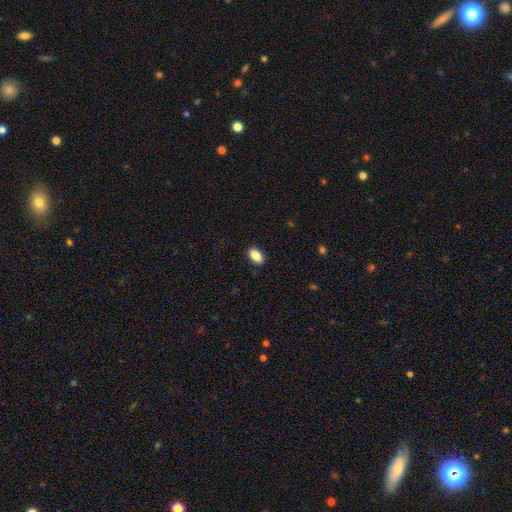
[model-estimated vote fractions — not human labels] Q: Smooth or featured?
A: smooth (87%); runner-up: star or artifact (8%)
Q: How rounded?
A: in between (92%); runner-up: round (6%)
Q: Merging?
A: none (89%); runner-up: minor disturbance (8%)